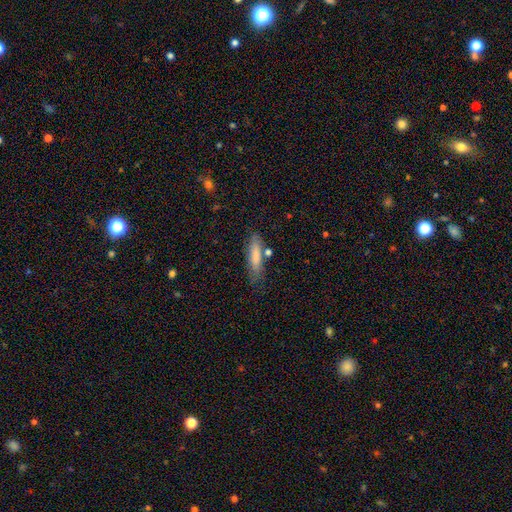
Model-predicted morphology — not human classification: A smooth galaxy with no disk features (78%) that is cigar-shaped (66%). Merging: none (72%).